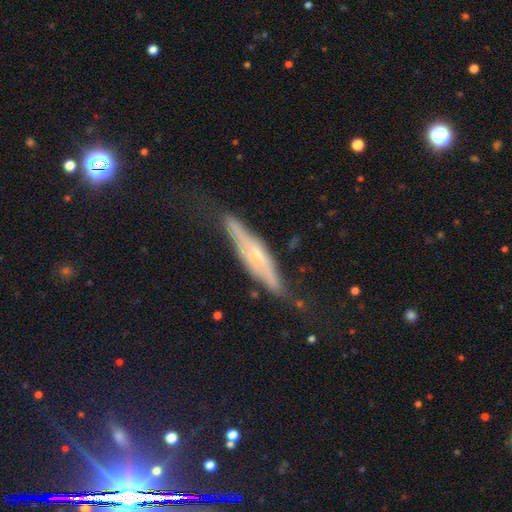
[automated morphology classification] A featured or disk galaxy (69%) viewed edge-on (84%) with a rounded central bulge (69%).

Vote fractions:
- Smooth or featured? featured or disk: 69% / smooth: 23% / star or artifact: 8%
- Edge-on disk? yes: 84% / no: 16%
- Edge-on bulge? rounded: 69% / boxy: 17% / none: 14%
- Merging? none: 64% / minor disturbance: 24% / major disturbance: 9% / merger: 2%